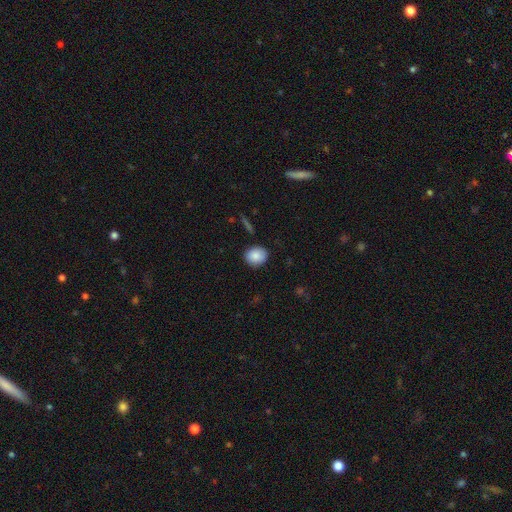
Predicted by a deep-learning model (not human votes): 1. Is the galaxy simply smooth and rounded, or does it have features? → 87% smooth, 8% star or artifact, 6% featured or disk.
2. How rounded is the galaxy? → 75% round, 24% in between, 1% cigar-shaped.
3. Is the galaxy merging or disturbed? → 88% none, 9% minor disturbance, 2% major disturbance, 1% merger.